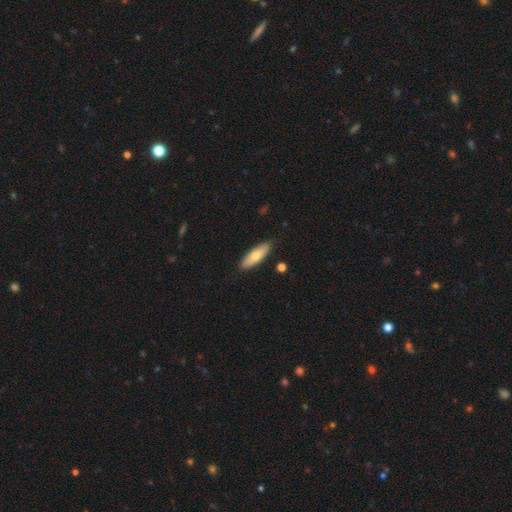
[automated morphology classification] Smooth or featured? smooth (71%)
How rounded? in between (58%)
Merging? none (87%)